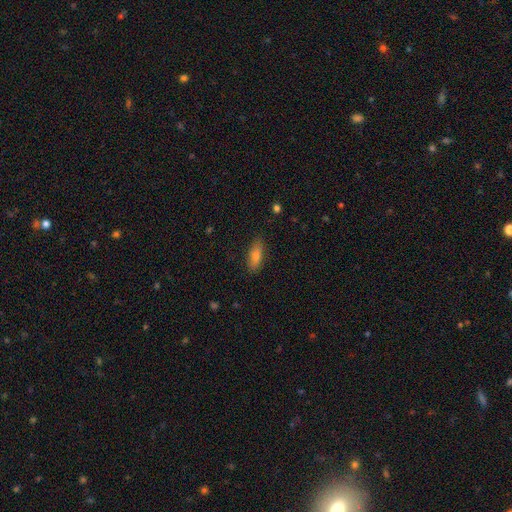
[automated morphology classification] A smooth galaxy with no disk features (72%) that is in between round and cigar-shaped (58%).

Vote fractions:
- Smooth or featured? smooth: 72% / featured or disk: 18% / star or artifact: 10%
- How rounded? in between: 58% / cigar-shaped: 39% / round: 3%
- Merging? none: 86% / minor disturbance: 11% / major disturbance: 2% / merger: 1%